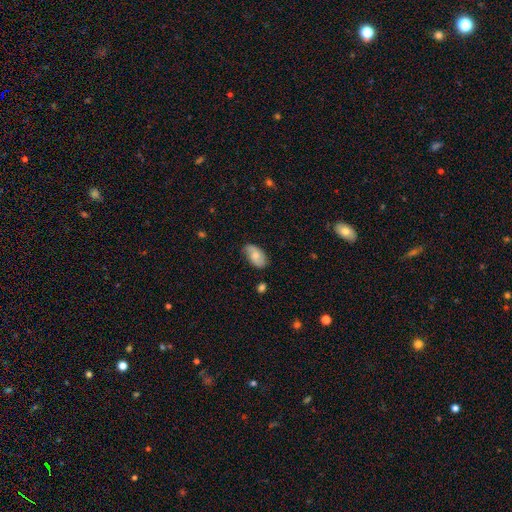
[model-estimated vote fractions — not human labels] Q: Smooth or featured?
A: smooth (65%); runner-up: featured or disk (28%)
Q: How rounded?
A: in between (94%); runner-up: round (4%)
Q: Merging?
A: none (67%); runner-up: minor disturbance (26%)